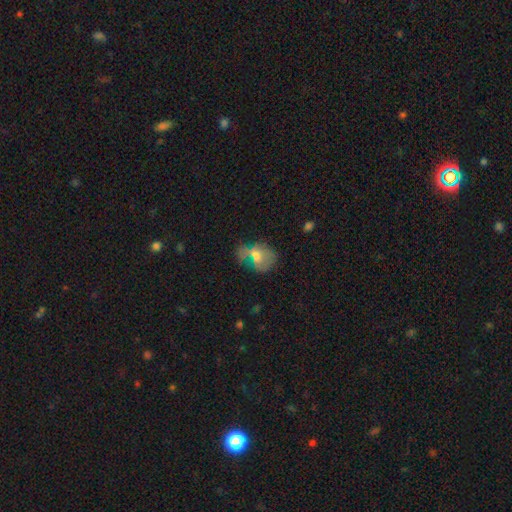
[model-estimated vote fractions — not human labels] Q: Smooth or featured?
A: smooth (59%); runner-up: featured or disk (29%)
Q: How rounded?
A: in between (61%); runner-up: round (37%)
Q: Merging?
A: none (34%); runner-up: minor disturbance (25%)